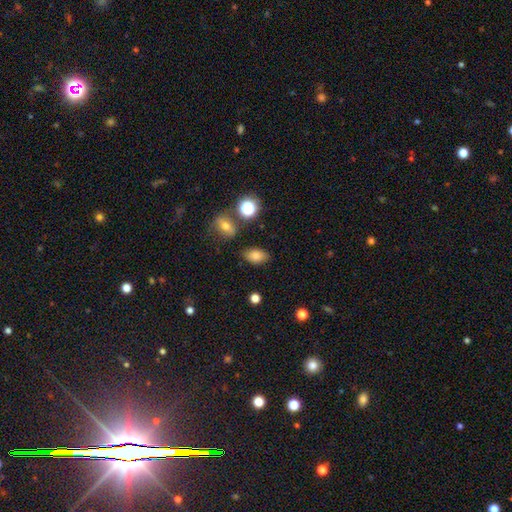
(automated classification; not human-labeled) This is clearly a smooth galaxy (81%). How rounded: clearly in between (86%). Merging: likely none (80%).